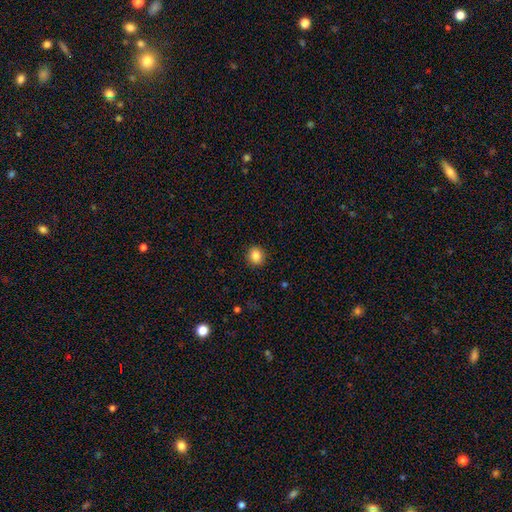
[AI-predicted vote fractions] Smooth or featured? Predicted: smooth (p=0.85). How rounded? Predicted: round (p=0.80). Merging? Predicted: none (p=0.91).